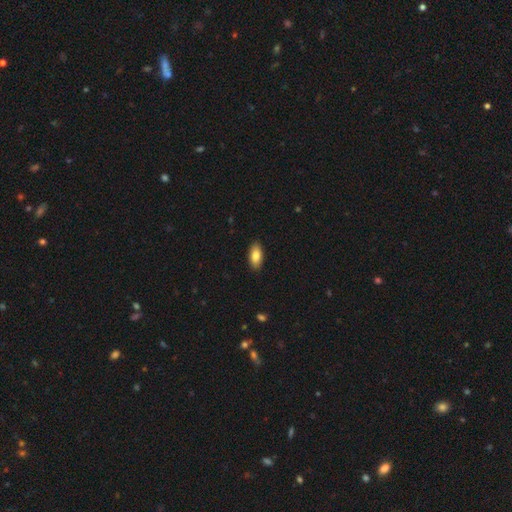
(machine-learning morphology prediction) smooth_or_featured: smooth (p=0.85) [alt: featured or disk p=0.09]
how_rounded: in between (p=0.89) [alt: cigar-shaped p=0.08]
merging: none (p=0.90) [alt: minor disturbance p=0.08]